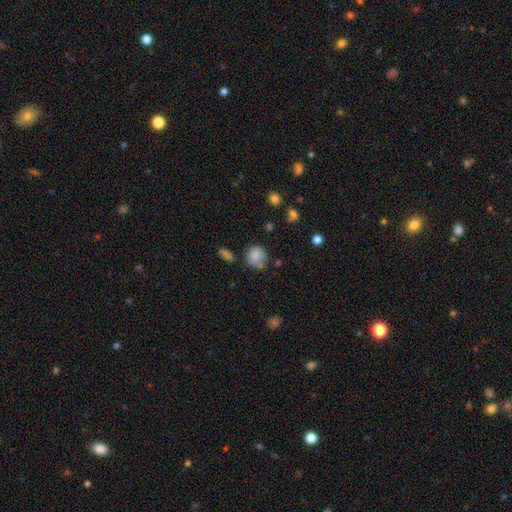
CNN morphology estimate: This is clearly a smooth galaxy (82%). How rounded: clearly round (82%). Merging: likely none (64%).